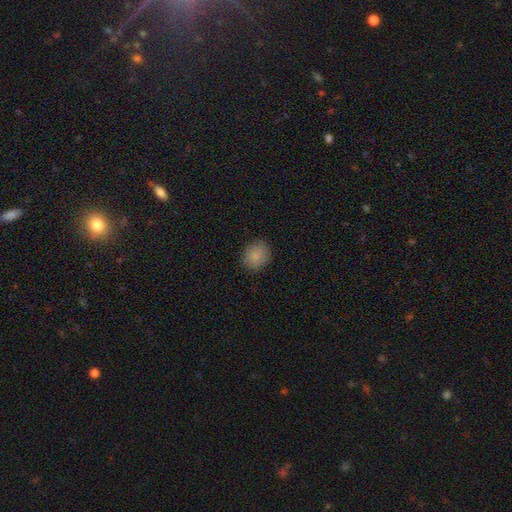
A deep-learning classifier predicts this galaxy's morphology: A smooth galaxy with no disk features (86%) that is round (66%).

Vote fractions:
- Smooth or featured? smooth: 86% / star or artifact: 9% / featured or disk: 4%
- How rounded? round: 66% / in between: 33% / cigar-shaped: 1%
- Merging? none: 87% / minor disturbance: 10% / major disturbance: 2% / merger: 1%